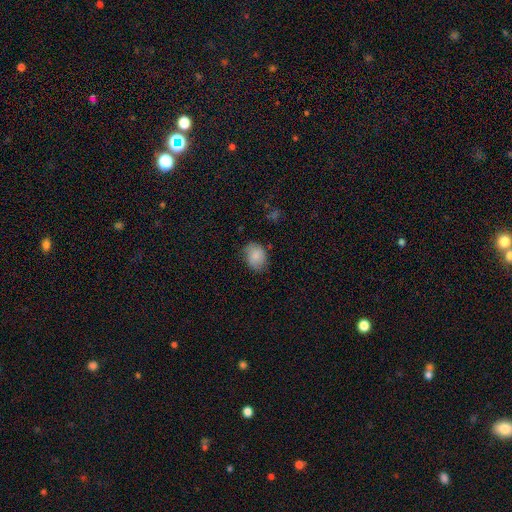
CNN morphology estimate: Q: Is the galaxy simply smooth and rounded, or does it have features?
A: smooth — 83%.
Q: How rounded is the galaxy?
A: in between — 62%.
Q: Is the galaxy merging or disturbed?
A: none — 71%.